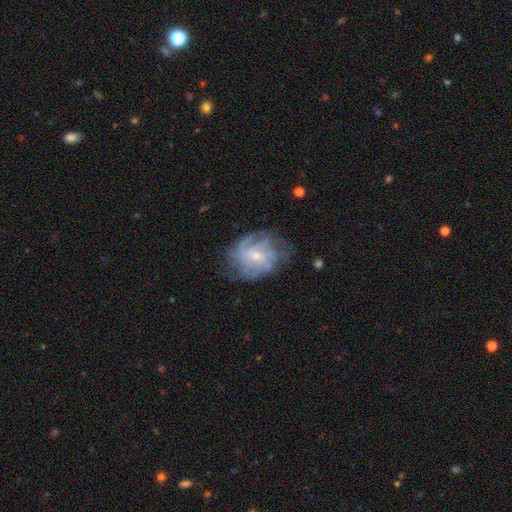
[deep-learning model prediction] A featured or disk galaxy (79%) with a weak bar (49%), tight (42%) spiral arms (88%) and a small central bulge (64%). Merging: none (64%).